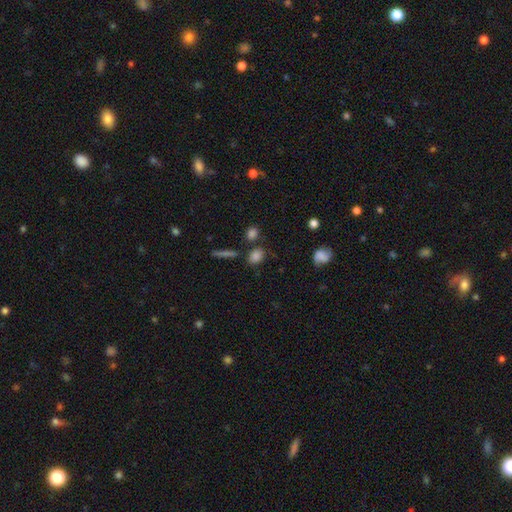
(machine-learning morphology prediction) smooth 82%, star or artifact 11%, featured or disk 7%. Down the decision tree: how rounded — in between (54%); merging — none (71%).